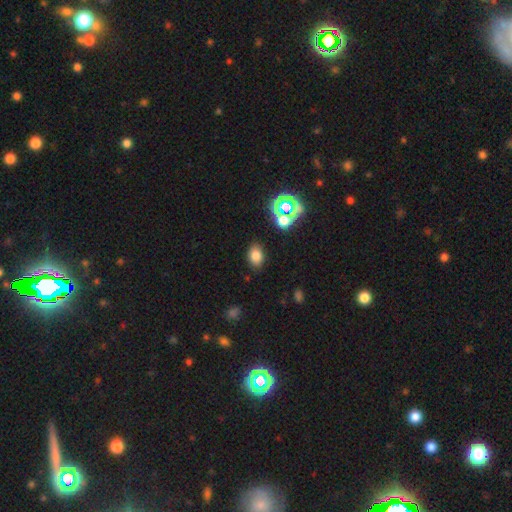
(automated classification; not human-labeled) Smooth or featured?
  - smooth: 74% *
  - star or artifact: 17%
  - featured or disk: 9%
How rounded?
  - in between: 77% *
  - round: 21%
  - cigar-shaped: 1%
Merging?
  - none: 83% *
  - minor disturbance: 11%
  - major disturbance: 3%
  - merger: 3%